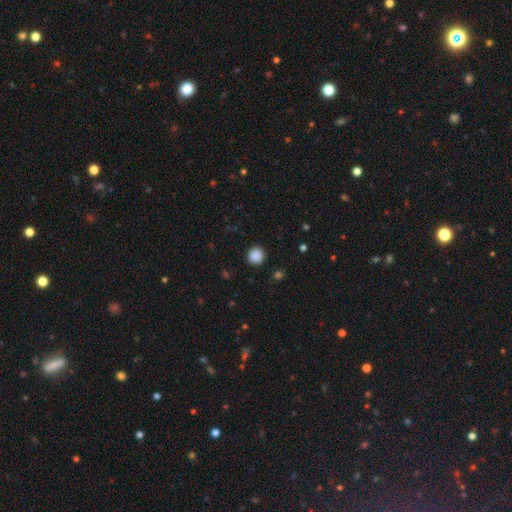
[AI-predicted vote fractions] The model was most divided on "smooth or featured": smooth: 88%, star or artifact: 10%, featured or disk: 2%. More confident: how rounded — round (93%); merging — none (91%).